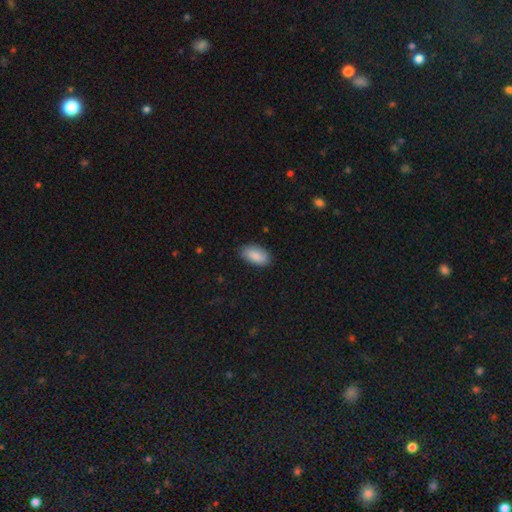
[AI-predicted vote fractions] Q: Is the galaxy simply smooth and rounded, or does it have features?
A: smooth — 89%.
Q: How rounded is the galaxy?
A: in between — 95%.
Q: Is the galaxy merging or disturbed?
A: none — 83%.